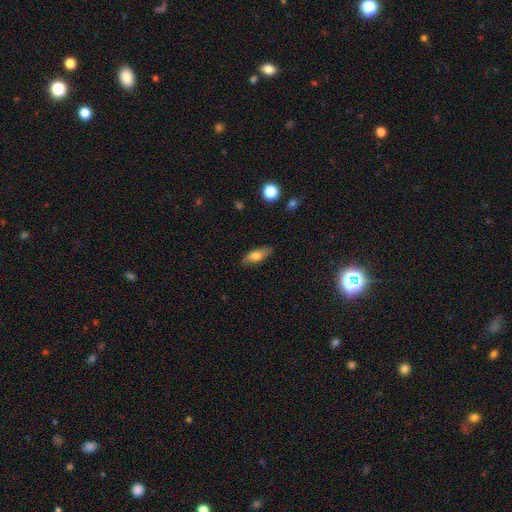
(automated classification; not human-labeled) A smooth galaxy with no disk features (72%) that is in between round and cigar-shaped (68%).

Vote fractions:
- Smooth or featured? smooth: 72% / featured or disk: 21% / star or artifact: 8%
- How rounded? in between: 68% / cigar-shaped: 29% / round: 3%
- Merging? none: 82% / minor disturbance: 14% / major disturbance: 3% / merger: 1%